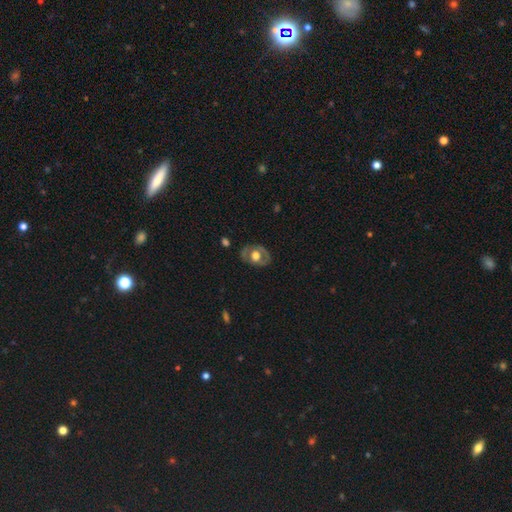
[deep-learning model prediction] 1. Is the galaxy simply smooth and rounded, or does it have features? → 55% featured or disk, 38% smooth, 7% star or artifact.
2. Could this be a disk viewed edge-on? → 92% no, 8% yes.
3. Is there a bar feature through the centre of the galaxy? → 81% no, 15% weak, 4% strong.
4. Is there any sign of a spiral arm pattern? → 78% no, 22% yes.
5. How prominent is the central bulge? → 49% large, 43% moderate, 4% dominant, 3% small, 1% none.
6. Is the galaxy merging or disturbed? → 76% none, 17% minor disturbance, 6% major disturbance, 1% merger.